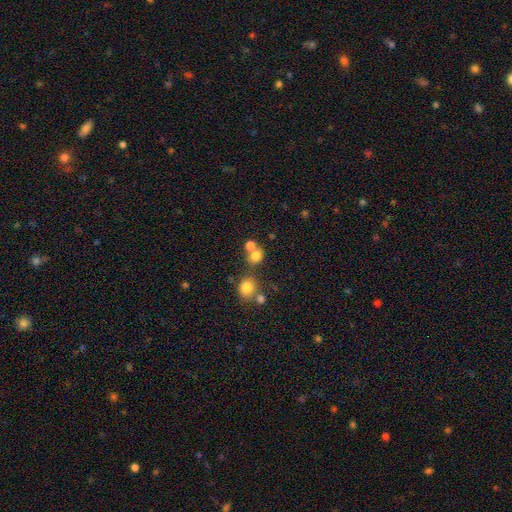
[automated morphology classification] Smooth or featured?
  - smooth: 76% *
  - star or artifact: 14%
  - featured or disk: 10%
How rounded?
  - round: 76% *
  - in between: 23%
  - cigar-shaped: 1%
Merging?
  - none: 49% *
  - merger: 38%
  - minor disturbance: 9%
  - major disturbance: 4%